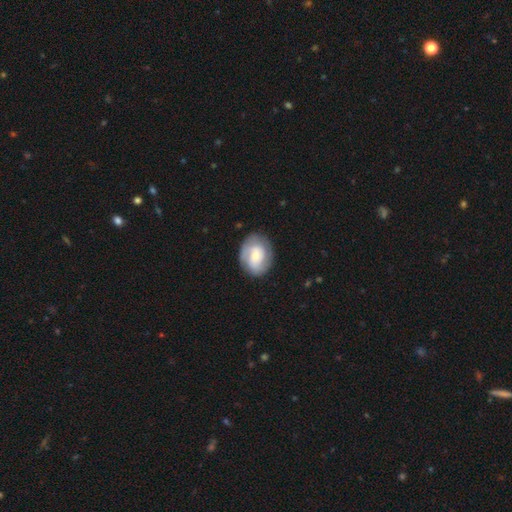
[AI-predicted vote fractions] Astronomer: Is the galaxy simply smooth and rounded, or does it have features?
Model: featured or disk — 57% (runner-up: smooth, 37%).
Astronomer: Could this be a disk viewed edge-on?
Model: no — 97%.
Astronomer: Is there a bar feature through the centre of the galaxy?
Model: no — 59%.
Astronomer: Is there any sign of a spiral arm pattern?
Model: yes — 80%.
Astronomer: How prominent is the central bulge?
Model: small — 52% (runner-up: moderate, 39%).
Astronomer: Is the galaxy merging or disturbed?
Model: none — 78%.